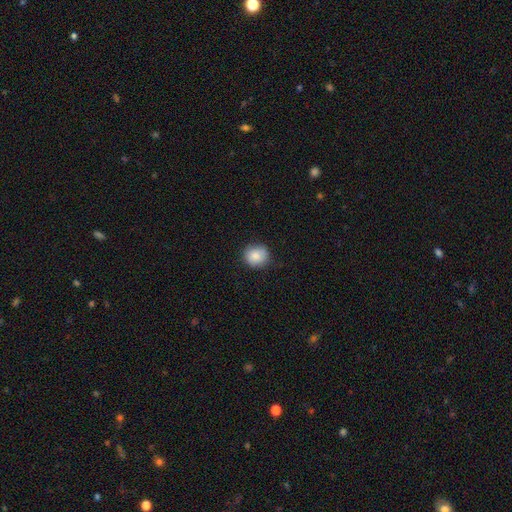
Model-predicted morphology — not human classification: smooth 86%, star or artifact 8%, featured or disk 7%. Down the decision tree: how rounded — round (88%); merging — none (82%).